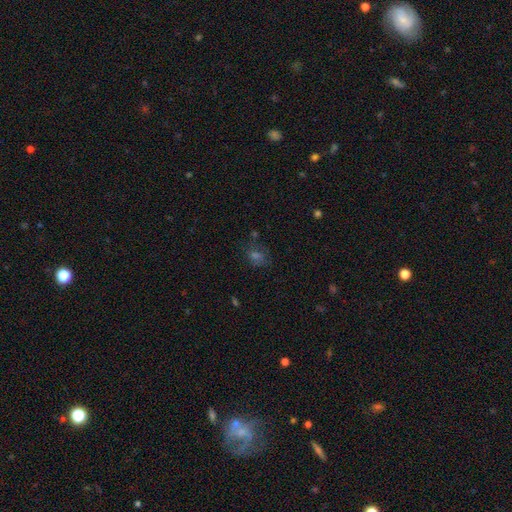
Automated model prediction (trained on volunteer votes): Smooth or featured? smooth (44%)
Merging? none (71%)